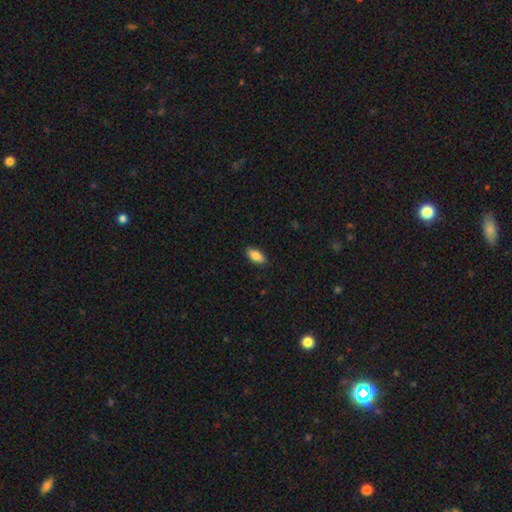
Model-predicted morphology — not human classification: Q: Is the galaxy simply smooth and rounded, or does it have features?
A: smooth — 86%.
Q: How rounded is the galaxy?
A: in between — 88%.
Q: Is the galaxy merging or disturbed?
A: none — 87%.